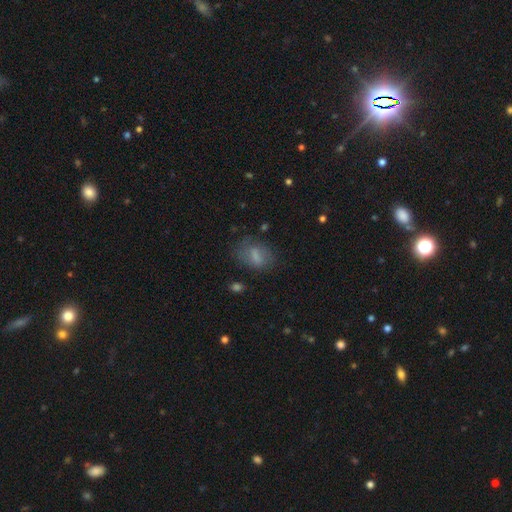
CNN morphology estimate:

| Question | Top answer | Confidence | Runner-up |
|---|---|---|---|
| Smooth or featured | smooth | 68% | featured or disk (22%) |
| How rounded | in between | 78% | round (17%) |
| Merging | none | 61% | minor disturbance (22%) |